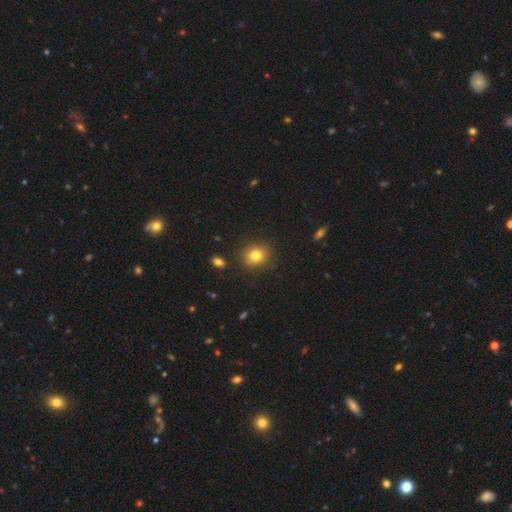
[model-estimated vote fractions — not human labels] Q: Smooth or featured?
A: smooth (80%); runner-up: star or artifact (12%)
Q: How rounded?
A: round (76%); runner-up: in between (23%)
Q: Merging?
A: none (87%); runner-up: minor disturbance (9%)